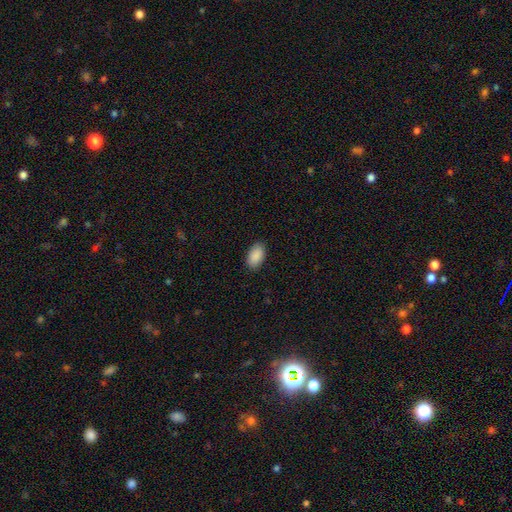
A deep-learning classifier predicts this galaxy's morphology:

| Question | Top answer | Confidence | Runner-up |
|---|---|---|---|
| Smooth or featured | smooth | 91% | star or artifact (6%) |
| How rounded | in between | 95% | round (3%) |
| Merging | none | 89% | minor disturbance (8%) |